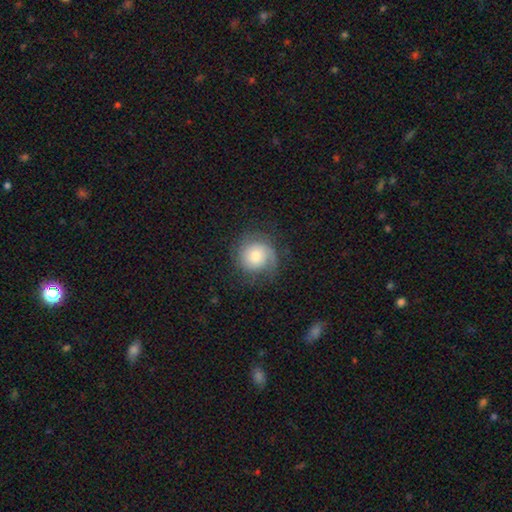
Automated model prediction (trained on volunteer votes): Q: Smooth or featured?
A: smooth (50%); runner-up: featured or disk (41%)
Q: Merging?
A: none (70%); runner-up: minor disturbance (17%)